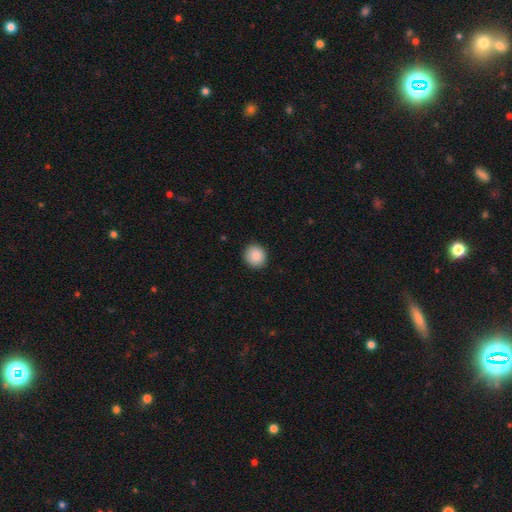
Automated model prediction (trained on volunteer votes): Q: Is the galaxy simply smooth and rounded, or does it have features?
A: smooth — 88%.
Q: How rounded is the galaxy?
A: round — 87%.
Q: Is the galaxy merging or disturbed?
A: none — 90%.